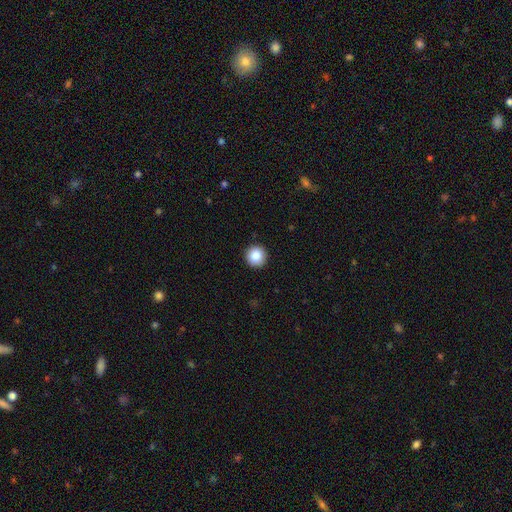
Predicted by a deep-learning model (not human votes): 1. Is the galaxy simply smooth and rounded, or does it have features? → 87% smooth, 9% star or artifact, 5% featured or disk.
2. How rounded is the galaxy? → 95% round, 4% in between, 1% cigar-shaped.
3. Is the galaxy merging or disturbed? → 92% none, 5% minor disturbance, 2% major disturbance, 1% merger.